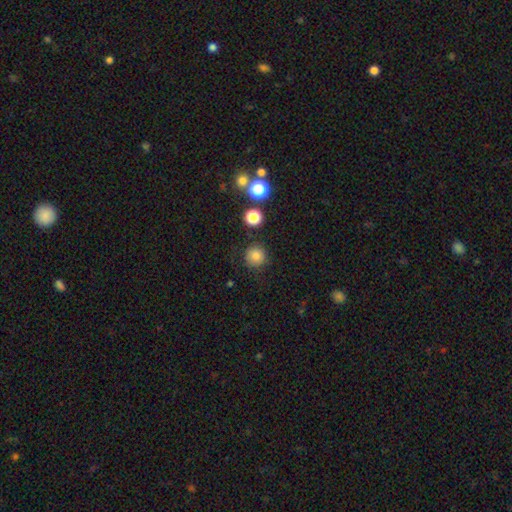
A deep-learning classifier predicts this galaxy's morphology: A smooth galaxy with no disk features (82%) that is round (94%).

Vote fractions:
- Smooth or featured? smooth: 82% / star or artifact: 13% / featured or disk: 5%
- How rounded? round: 94% / in between: 5% / cigar-shaped: 1%
- Merging? none: 87% / minor disturbance: 8% / major disturbance: 3% / merger: 2%